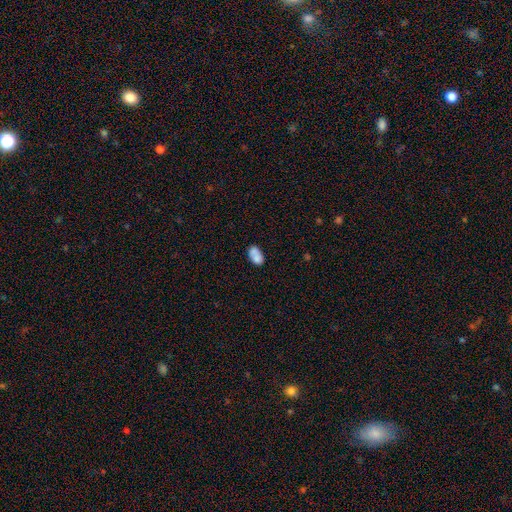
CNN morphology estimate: Smooth or featured: smooth — 76% (featured or disk — 16%)
How rounded: in between — 90% (round — 9%)
Merging: none — 51% (merger — 23%)